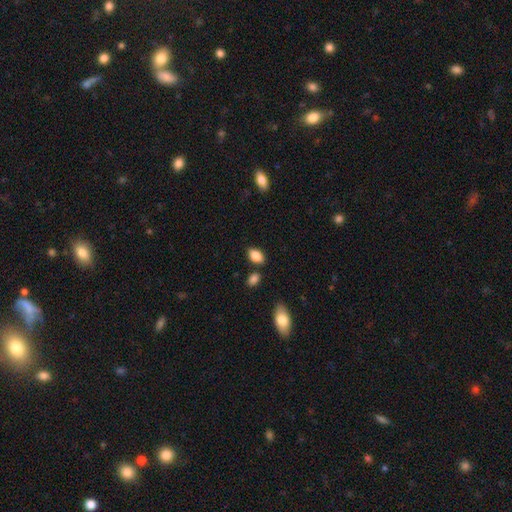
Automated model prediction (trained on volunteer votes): This appears to be a smooth galaxy with no disk features (87%) that is in between round and cigar-shaped (90%). Merging: none (79%).